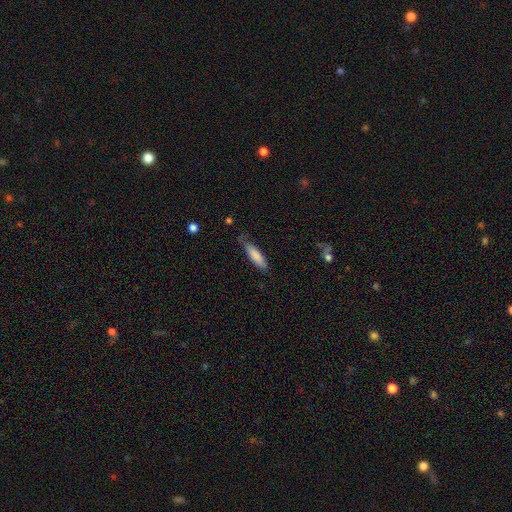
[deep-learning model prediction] smooth-or-featured: smooth: 83% | featured or disk: 11% | star or artifact: 6%
  how-rounded: cigar-shaped: 58% | in between: 40% | round: 1%
  merging: none: 61% | minor disturbance: 30% | major disturbance: 7% | merger: 2%